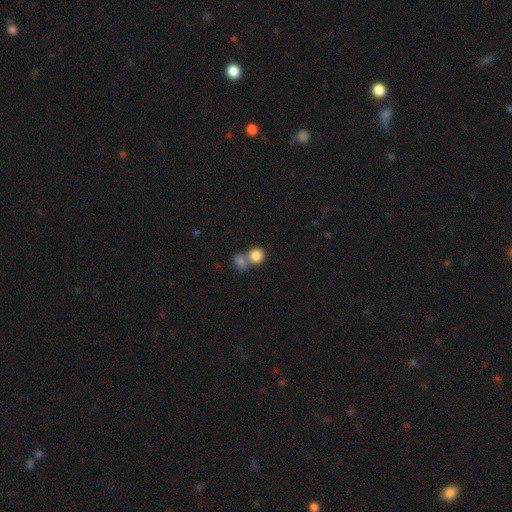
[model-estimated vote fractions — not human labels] smooth-or-featured: smooth: 84% | star or artifact: 9% | featured or disk: 7%
  how-rounded: round: 83% | in between: 16% | cigar-shaped: 1%
  merging: merger: 51% | none: 39% | minor disturbance: 7% | major disturbance: 3%